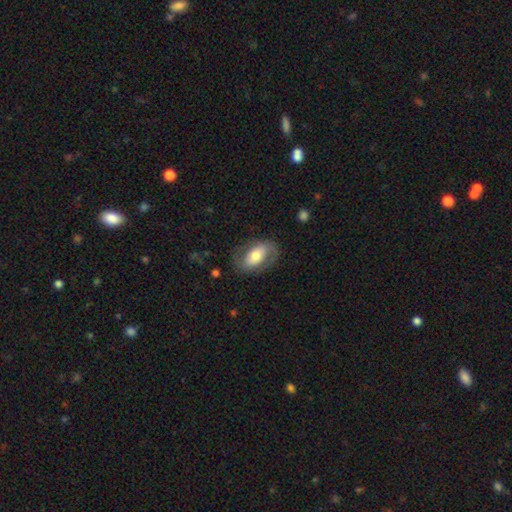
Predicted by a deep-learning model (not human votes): The model was most divided on "smooth or featured": featured or disk: 51%, smooth: 43%, star or artifact: 6%. More confident: edge-on disk — no (93%); merging — none (76%).